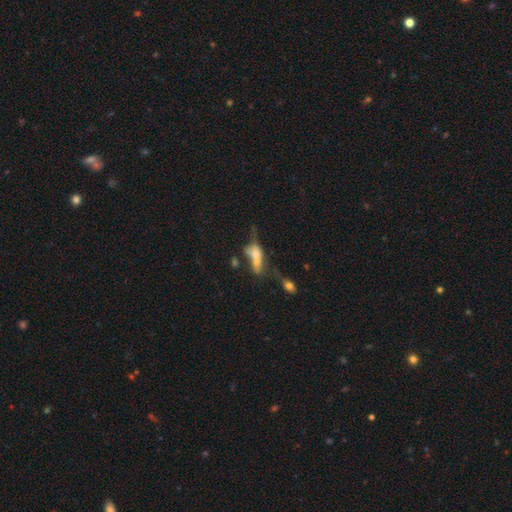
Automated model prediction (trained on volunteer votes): smooth_or_featured: smooth (p=0.49) [alt: featured or disk p=0.39]
merging: merger (p=0.52) [alt: none p=0.19]